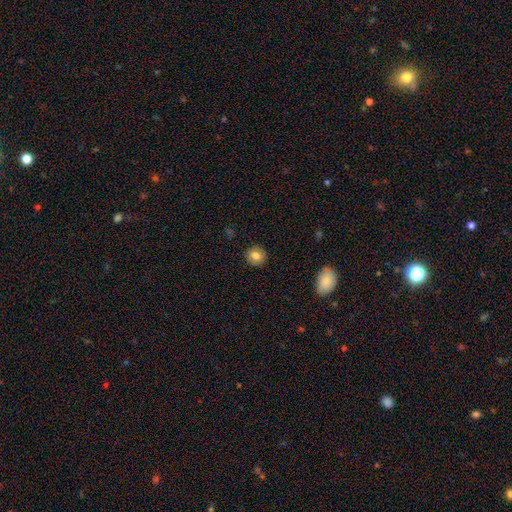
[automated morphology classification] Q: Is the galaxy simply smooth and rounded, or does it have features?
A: smooth — 80%.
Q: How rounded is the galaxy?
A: round — 88%.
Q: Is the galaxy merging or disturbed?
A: none — 90%.